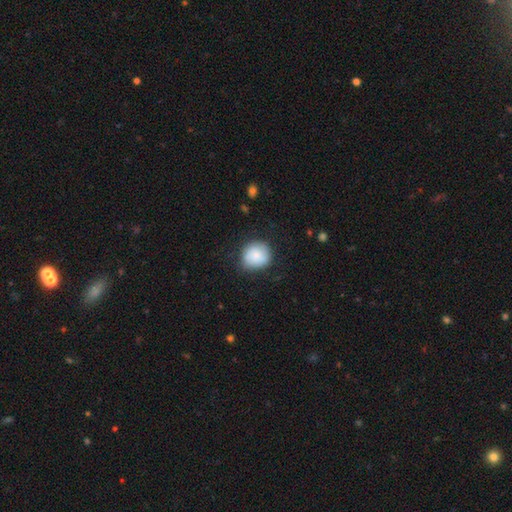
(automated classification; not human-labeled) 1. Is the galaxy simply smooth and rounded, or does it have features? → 83% smooth, 10% featured or disk, 7% star or artifact.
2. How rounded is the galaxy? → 83% round, 16% in between, 1% cigar-shaped.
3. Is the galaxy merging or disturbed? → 78% none, 16% minor disturbance, 5% major disturbance, 1% merger.